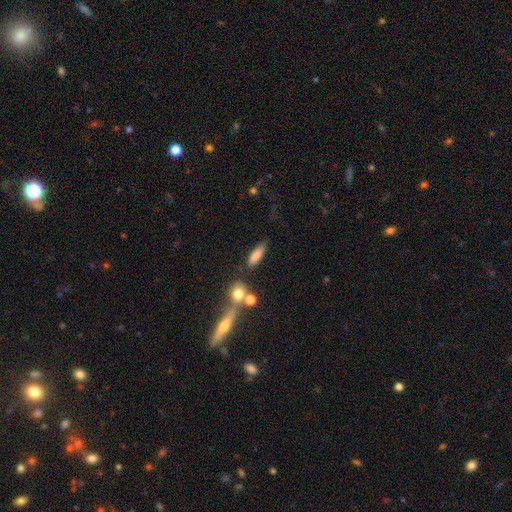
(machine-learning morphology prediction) Smooth or featured?
  - smooth: 82% *
  - featured or disk: 10%
  - star or artifact: 8%
How rounded?
  - in between: 51% *
  - cigar-shaped: 44%
  - round: 5%
Merging?
  - none: 66% *
  - minor disturbance: 16%
  - merger: 12%
  - major disturbance: 6%